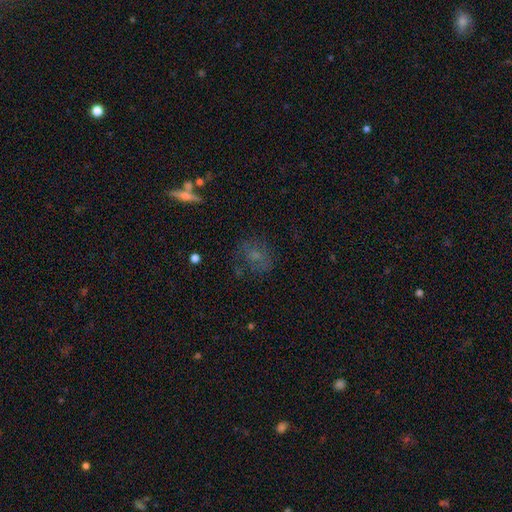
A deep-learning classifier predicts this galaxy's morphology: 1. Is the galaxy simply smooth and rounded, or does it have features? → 48% smooth, 32% featured or disk, 21% star or artifact.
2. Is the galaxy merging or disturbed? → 66% none, 19% minor disturbance, 12% major disturbance, 3% merger.